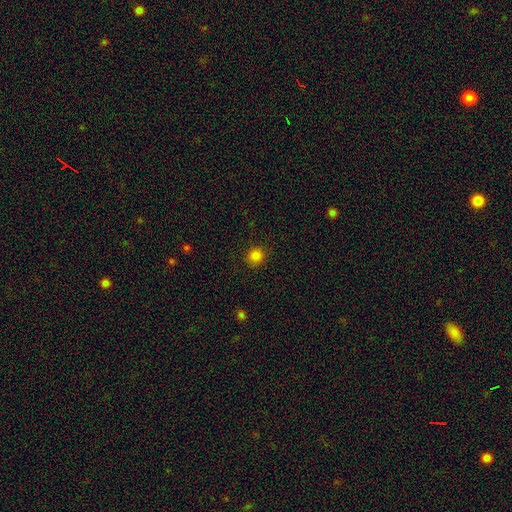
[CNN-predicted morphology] type=smooth (84%); roundness=round (87%); merging=none (89%).